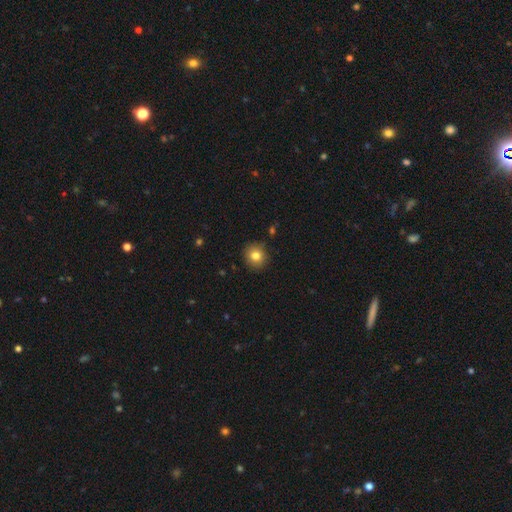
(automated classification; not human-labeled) Smooth or featured?
  - smooth: 81% *
  - star or artifact: 11%
  - featured or disk: 8%
How rounded?
  - round: 89% *
  - in between: 10%
  - cigar-shaped: 1%
Merging?
  - none: 89% *
  - minor disturbance: 8%
  - major disturbance: 2%
  - merger: 2%